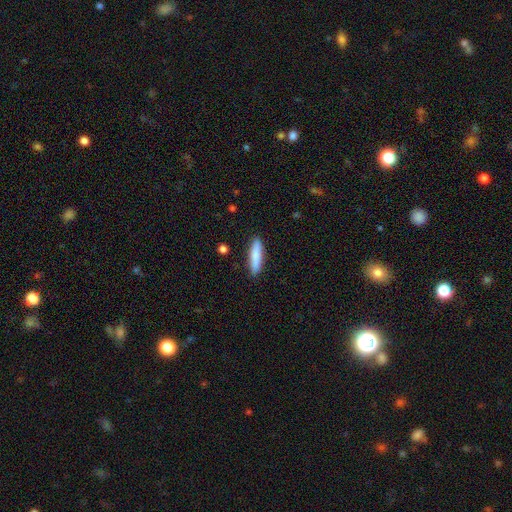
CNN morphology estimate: smooth-or-featured: smooth: 82% | featured or disk: 12% | star or artifact: 6%
  how-rounded: cigar-shaped: 77% | in between: 21% | round: 2%
  merging: none: 89% | minor disturbance: 8% | major disturbance: 2% | merger: 1%